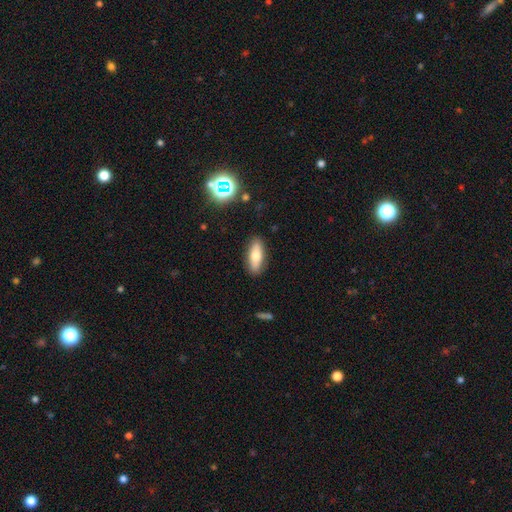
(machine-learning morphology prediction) Overall: smooth (71%). How rounded: in between (68%; cigar-shaped 29%). Merging: none (87%).